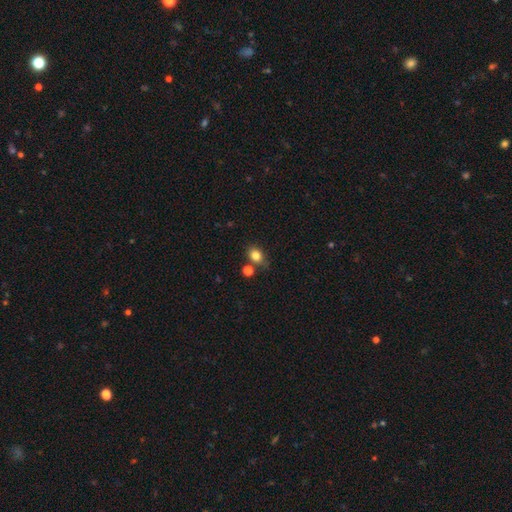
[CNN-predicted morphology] This appears to be a smooth galaxy with no disk features (82%) that is in between round and cigar-shaped (58%). Merging: none (68%).